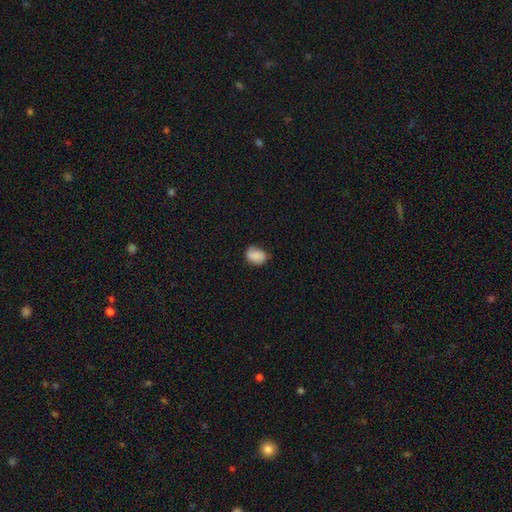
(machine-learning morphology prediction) Smooth or featured? Predicted: smooth (p=0.67). How rounded? Predicted: in between (p=0.50). Merging? Predicted: none (p=0.68).